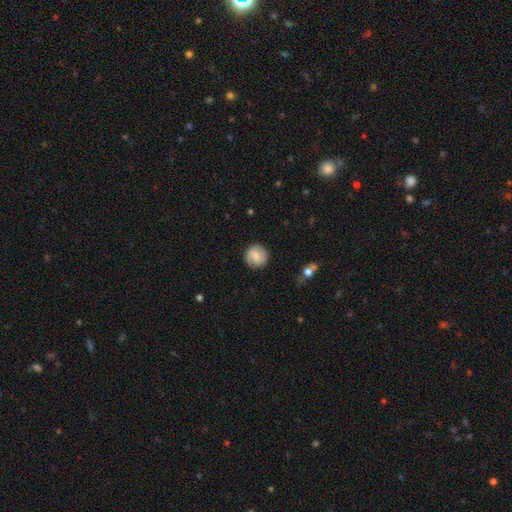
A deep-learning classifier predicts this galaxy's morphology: Overall: smooth (67%). How rounded: round (92%). Merging: none (85%).